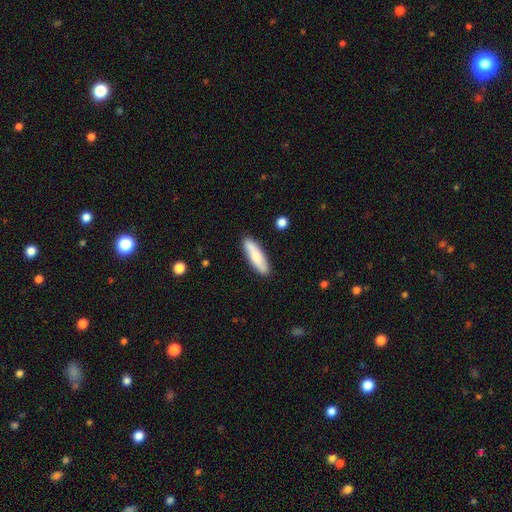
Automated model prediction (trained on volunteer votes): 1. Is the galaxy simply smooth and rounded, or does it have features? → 76% smooth, 18% featured or disk, 6% star or artifact.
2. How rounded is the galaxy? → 64% cigar-shaped, 34% in between, 2% round.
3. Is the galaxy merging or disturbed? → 86% none, 10% minor disturbance, 2% merger, 2% major disturbance.